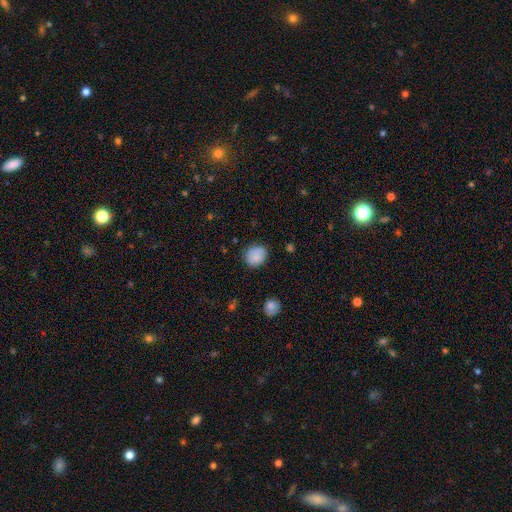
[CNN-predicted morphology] This is clearly a smooth galaxy (82%). How rounded: likely round (74%). Merging: likely none (73%).